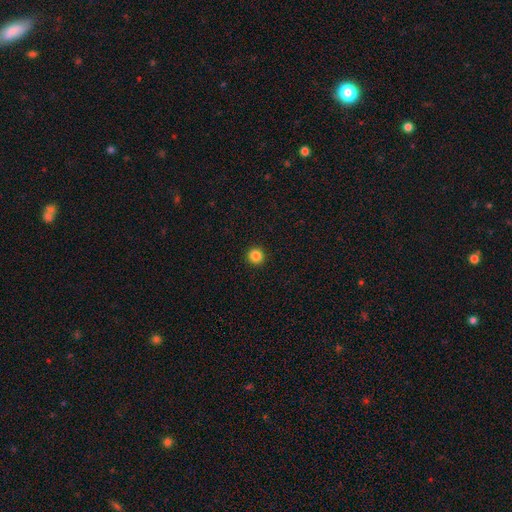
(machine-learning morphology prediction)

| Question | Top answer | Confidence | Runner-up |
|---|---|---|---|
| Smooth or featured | smooth | 86% | star or artifact (11%) |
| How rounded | round | 95% | in between (4%) |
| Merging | none | 93% | minor disturbance (4%) |